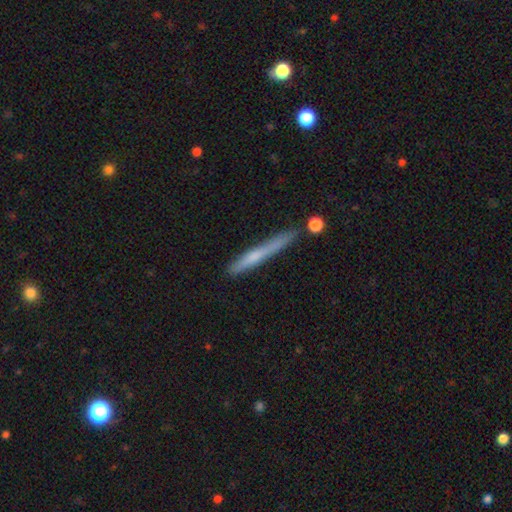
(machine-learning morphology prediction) A smooth galaxy with no disk features (53%) that is cigar-shaped (96%).

Vote fractions:
- Smooth or featured? smooth: 53% / featured or disk: 40% / star or artifact: 7%
- How rounded? cigar-shaped: 96% / in between: 2% / round: 1%
- Merging? none: 72% / minor disturbance: 18% / merger: 5% / major disturbance: 4%